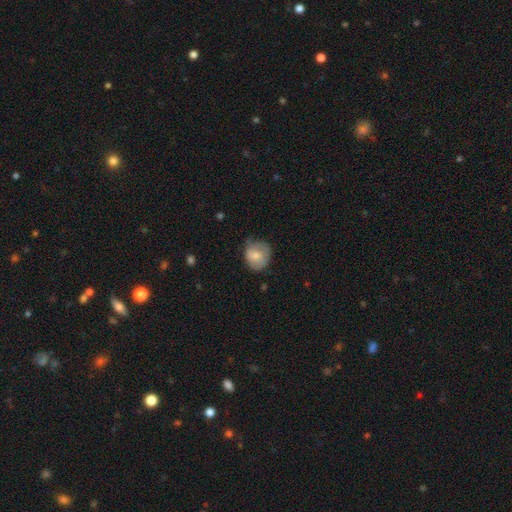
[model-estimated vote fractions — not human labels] This is likely a smooth galaxy (73%). How rounded: likely round (69%). Merging: possibly none (56%).